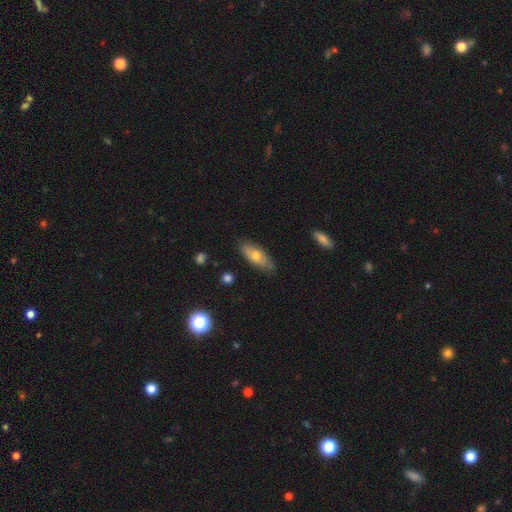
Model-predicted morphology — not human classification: This is likely a smooth galaxy (61%). How rounded: likely in between (75%). Merging: likely none (80%).